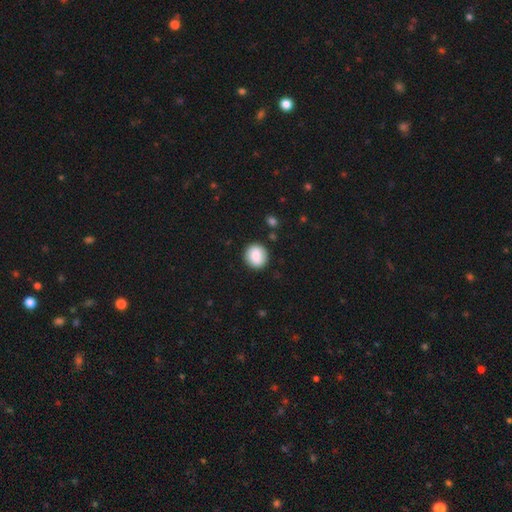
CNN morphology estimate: The model was most divided on "how rounded": round: 87%, in between: 12%, cigar-shaped: 1%. More confident: merging — none (89%); smooth or featured — smooth (85%).